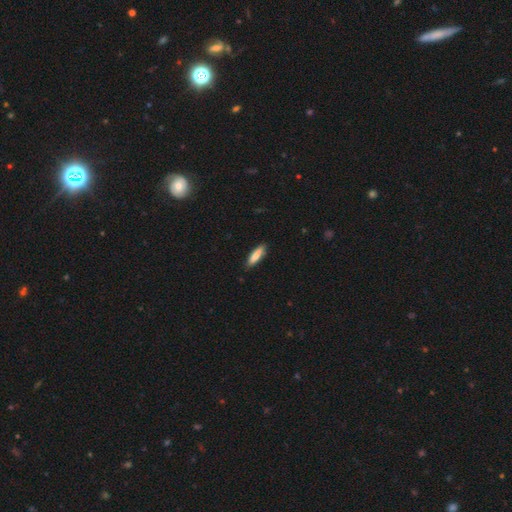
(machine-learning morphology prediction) The model was most divided on "how rounded": cigar-shaped: 68%, in between: 30%, round: 2%. More confident: merging — none (86%); smooth or featured — smooth (81%).